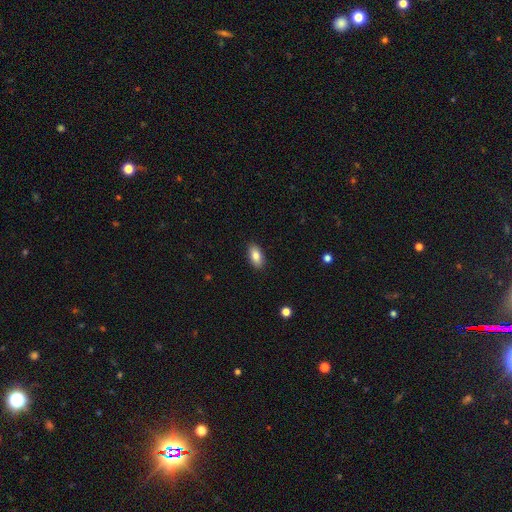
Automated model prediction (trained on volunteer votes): Smooth or featured? smooth (83%)
How rounded? in between (90%)
Merging? none (89%)